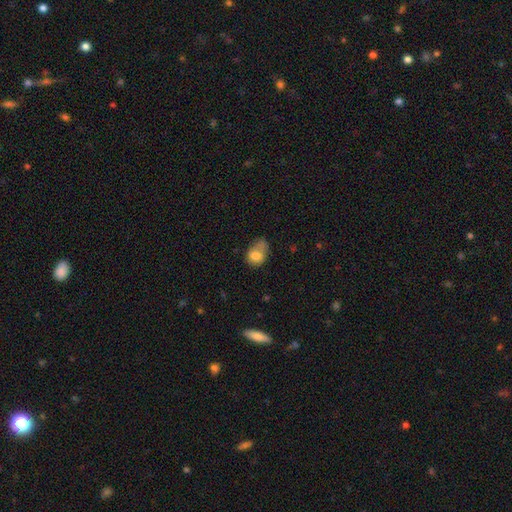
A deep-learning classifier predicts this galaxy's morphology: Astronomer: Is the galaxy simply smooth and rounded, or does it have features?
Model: smooth — 75%.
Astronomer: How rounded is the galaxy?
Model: in between — 63%.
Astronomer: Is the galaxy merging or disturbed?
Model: minor disturbance — 36% (runner-up: none, 29%).